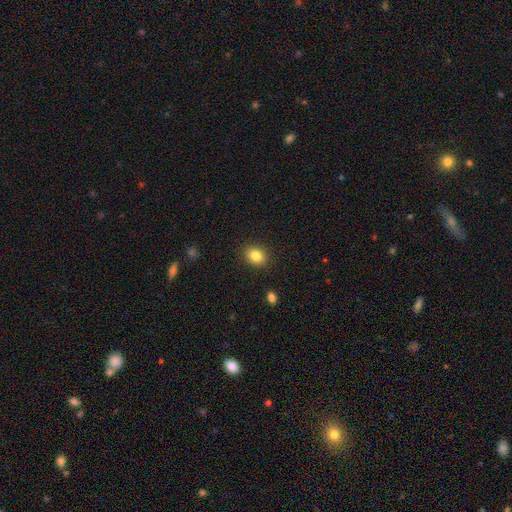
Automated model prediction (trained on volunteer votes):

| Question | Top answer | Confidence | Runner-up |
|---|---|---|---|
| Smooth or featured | smooth | 85% | star or artifact (10%) |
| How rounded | in between | 54% | round (45%) |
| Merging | none | 89% | minor disturbance (8%) |